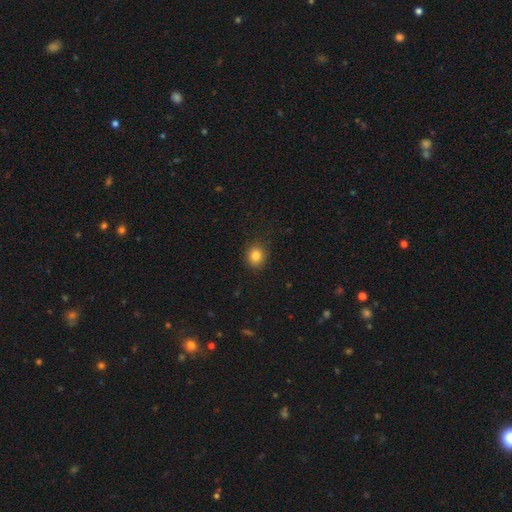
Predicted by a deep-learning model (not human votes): Smooth or featured? Predicted: smooth (p=0.84). How rounded? Predicted: round (p=0.75). Merging? Predicted: none (p=0.88).